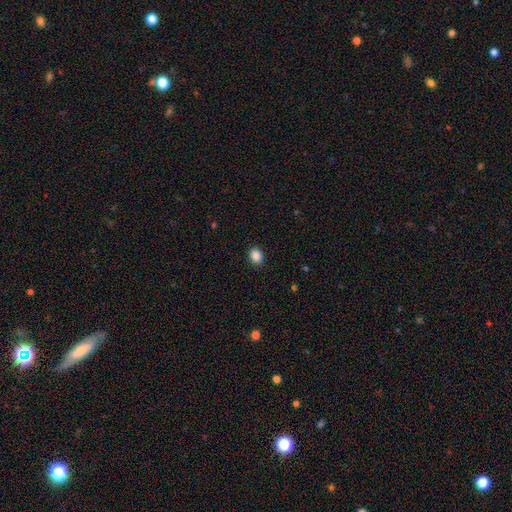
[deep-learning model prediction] smooth-or-featured: smooth: 87% | star or artifact: 10% | featured or disk: 3%
  how-rounded: round: 54% | in between: 45% | cigar-shaped: 1%
  merging: none: 91% | minor disturbance: 6% | major disturbance: 2% | merger: 1%